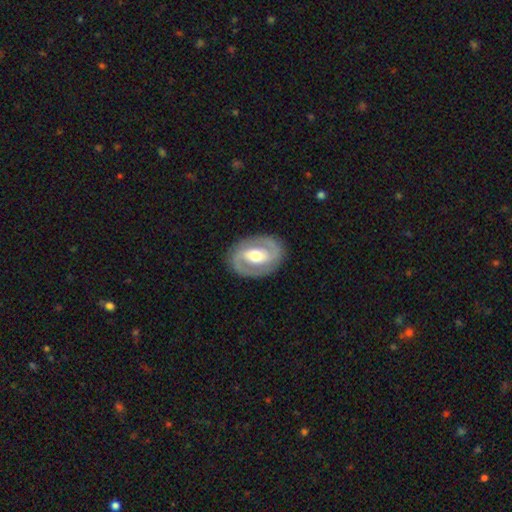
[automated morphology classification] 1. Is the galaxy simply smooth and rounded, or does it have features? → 81% featured or disk, 14% smooth, 4% star or artifact.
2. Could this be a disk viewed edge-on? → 96% no, 4% yes.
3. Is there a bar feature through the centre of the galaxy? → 39% weak, 32% strong, 29% no.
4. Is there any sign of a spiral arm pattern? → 83% yes, 17% no.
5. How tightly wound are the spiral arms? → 45% medium, 41% tight, 14% loose.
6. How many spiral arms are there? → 90% 2, 5% can't tell, 2% 1, 1% 3, 1% 4, 1% more than 4.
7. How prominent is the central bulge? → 70% moderate, 16% large, 12% small, 1% dominant, 1% none.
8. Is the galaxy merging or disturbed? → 86% none, 9% minor disturbance, 3% major disturbance, 1% merger.